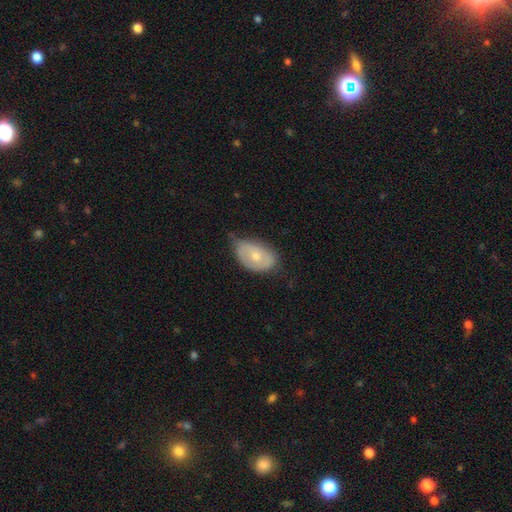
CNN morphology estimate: smooth_or_featured: smooth (p=0.58) [alt: featured or disk p=0.34]
how_rounded: in between (p=0.87) [alt: round p=0.12]
merging: none (p=0.47) [alt: minor disturbance p=0.41]